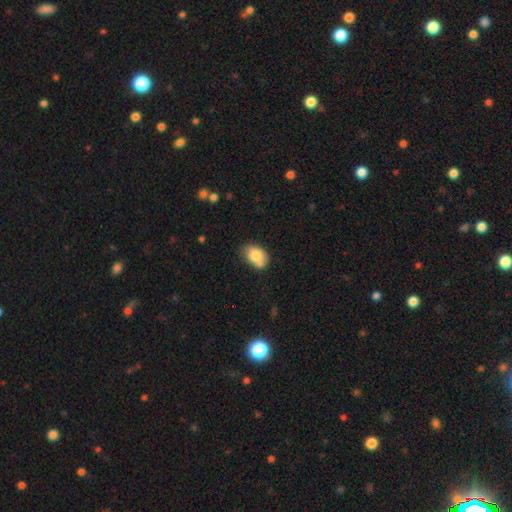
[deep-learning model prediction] smooth_or_featured: smooth (p=0.79) [alt: featured or disk p=0.13]
how_rounded: in between (p=0.79) [alt: round p=0.19]
merging: none (p=0.54) [alt: minor disturbance p=0.26]